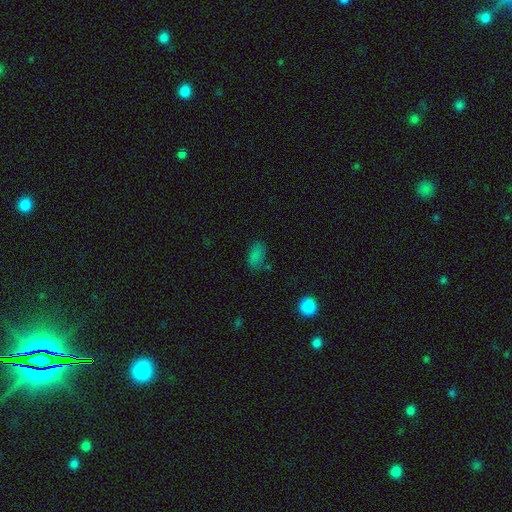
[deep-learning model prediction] Smooth or featured? Predicted: smooth (p=0.76). How rounded? Predicted: in between (p=0.91). Merging? Predicted: none (p=0.70).